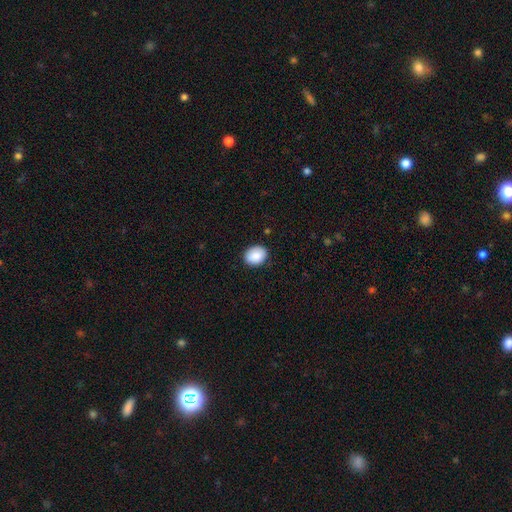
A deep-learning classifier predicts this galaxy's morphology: Smooth or featured? smooth (89%)
How rounded? in between (54%)
Merging? none (86%)